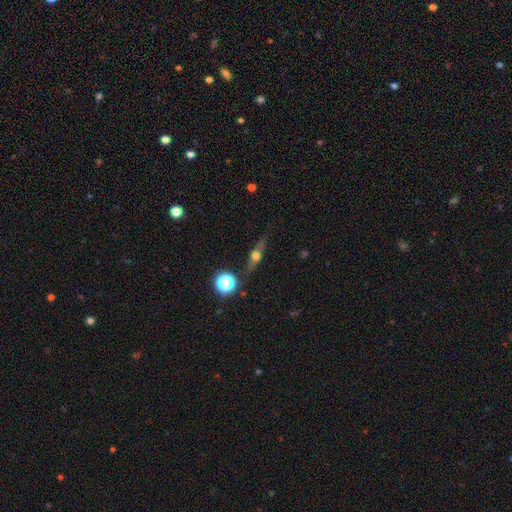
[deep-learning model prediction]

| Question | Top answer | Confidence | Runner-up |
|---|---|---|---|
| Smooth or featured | featured or disk | 52% | smooth (36%) |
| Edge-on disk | yes | 85% | no (15%) |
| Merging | none | 77% | minor disturbance (15%) |